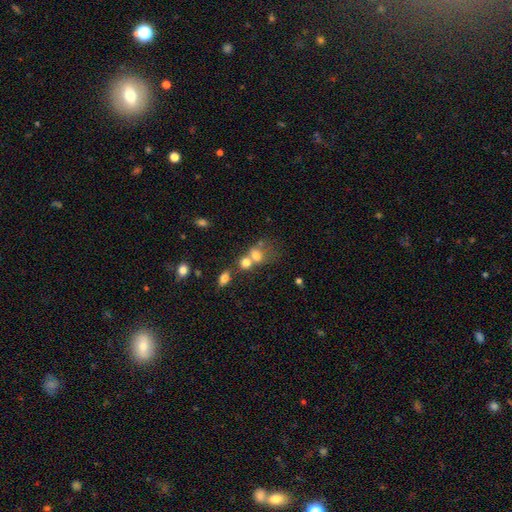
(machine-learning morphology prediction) type=smooth (68%); roundness=in between (50%); merging=merger (56%).